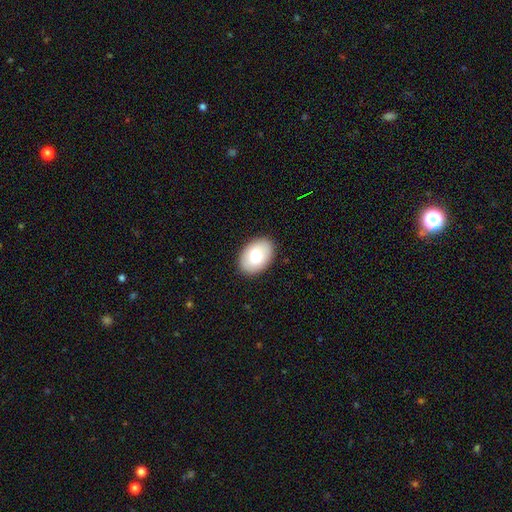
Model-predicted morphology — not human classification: Smooth or featured?
  - smooth: 77% *
  - featured or disk: 16%
  - star or artifact: 7%
How rounded?
  - in between: 87% *
  - round: 12%
  - cigar-shaped: 1%
Merging?
  - none: 89% *
  - minor disturbance: 8%
  - major disturbance: 2%
  - merger: 1%